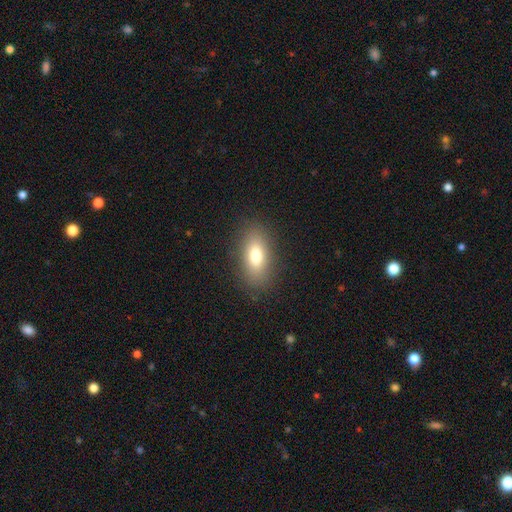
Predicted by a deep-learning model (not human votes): A smooth galaxy with no disk features (76%) that is in between round and cigar-shaped (84%). Merging: none (86%).